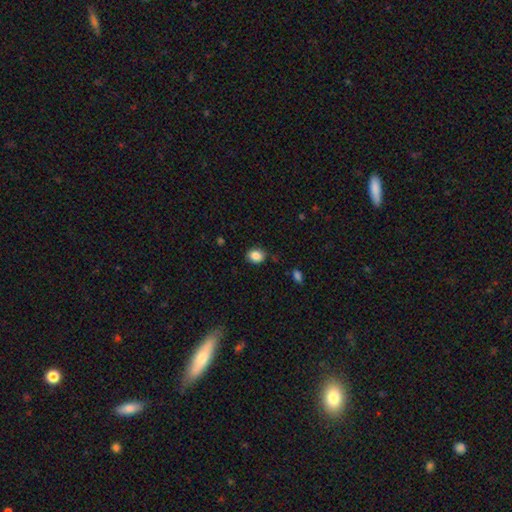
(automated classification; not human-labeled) smooth_or_featured: smooth (p=0.86) [alt: star or artifact p=0.09]
how_rounded: in between (p=0.51) [alt: round p=0.48]
merging: none (p=0.82) [alt: minor disturbance p=0.13]